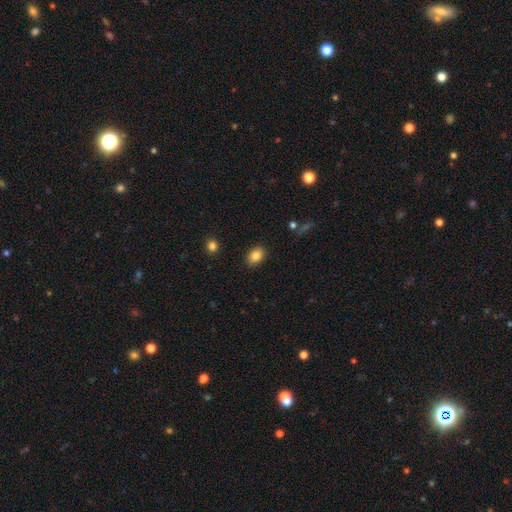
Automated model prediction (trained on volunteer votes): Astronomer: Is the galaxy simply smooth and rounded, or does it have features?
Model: smooth — 85%.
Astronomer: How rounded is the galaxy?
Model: in between — 76%.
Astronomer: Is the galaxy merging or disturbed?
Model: none — 87%.